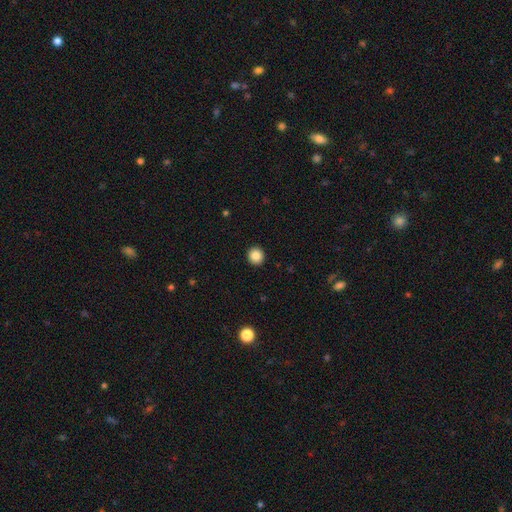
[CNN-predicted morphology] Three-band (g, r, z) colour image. It shows a smooth galaxy with no disk features (87%) that is round (90%). Merging: none (93%).